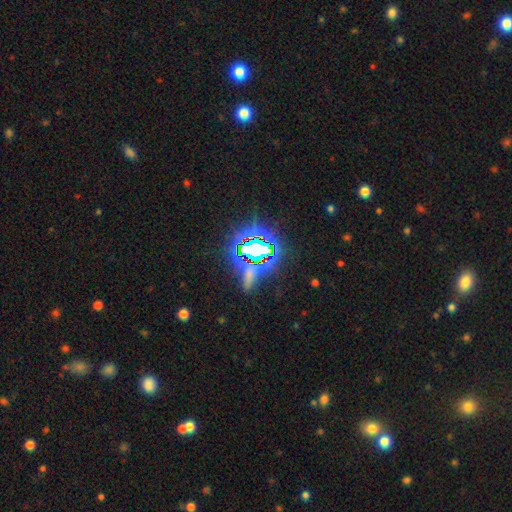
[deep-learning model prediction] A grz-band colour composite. It shows a star or artifact, not a galaxy (76%).